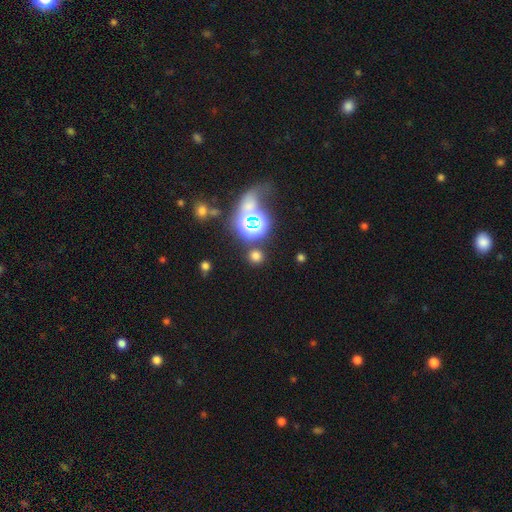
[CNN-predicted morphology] The model was most divided on "smooth or featured": smooth: 62%, star or artifact: 32%, featured or disk: 6%. More confident: how rounded — round (90%); merging — none (83%).